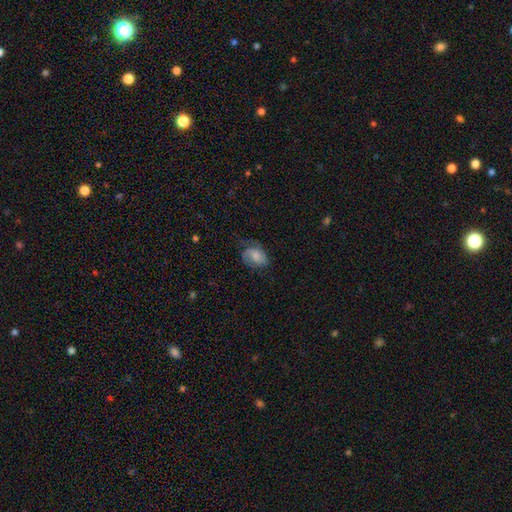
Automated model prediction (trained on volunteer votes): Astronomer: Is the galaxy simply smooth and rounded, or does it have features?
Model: featured or disk — 50% (runner-up: smooth, 42%).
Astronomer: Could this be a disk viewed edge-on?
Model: no — 97%.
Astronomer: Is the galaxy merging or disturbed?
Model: none — 50% (runner-up: minor disturbance, 27%).